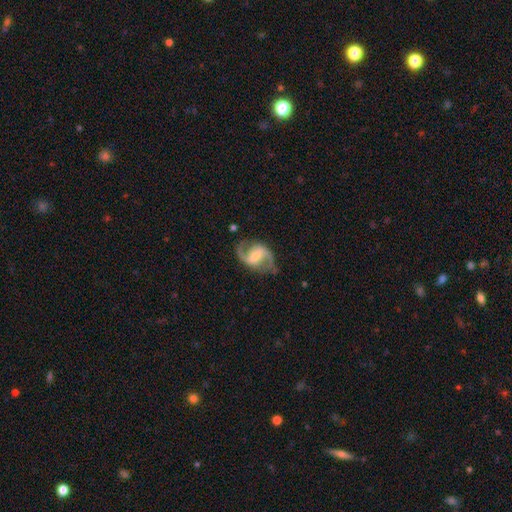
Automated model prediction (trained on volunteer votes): Overall: featured or disk (89%). Edge-on disk: no (98%). Bar: weak (47%; strong 38%). Spiral arms: yes (97%). Spiral arm count: 2 (93%). Spiral winding: medium (48%; loose 42%). Bulge size: small (42%; moderate 36%). Merging: none (79%).